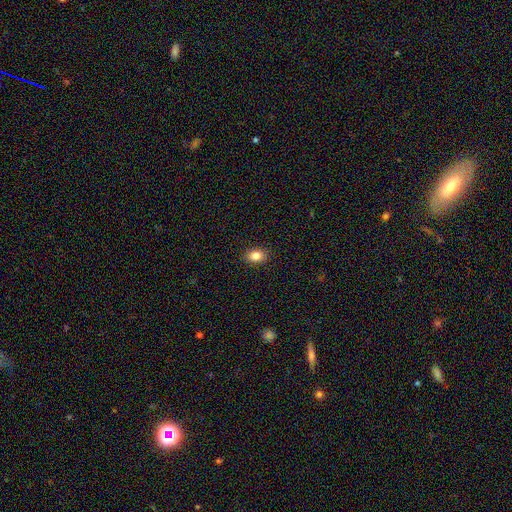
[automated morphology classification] Smooth or featured? Predicted: smooth (p=0.84). How rounded? Predicted: in between (p=0.76). Merging? Predicted: none (p=0.90).